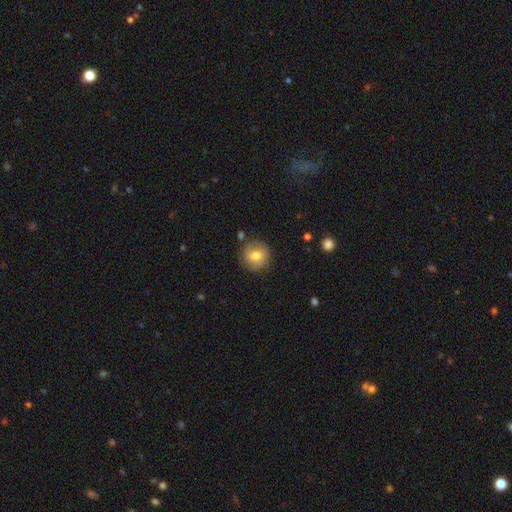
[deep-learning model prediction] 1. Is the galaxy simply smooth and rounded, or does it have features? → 72% smooth, 19% featured or disk, 9% star or artifact.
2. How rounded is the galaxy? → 93% round, 6% in between, 1% cigar-shaped.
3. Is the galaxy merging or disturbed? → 82% none, 12% minor disturbance, 3% major disturbance, 2% merger.